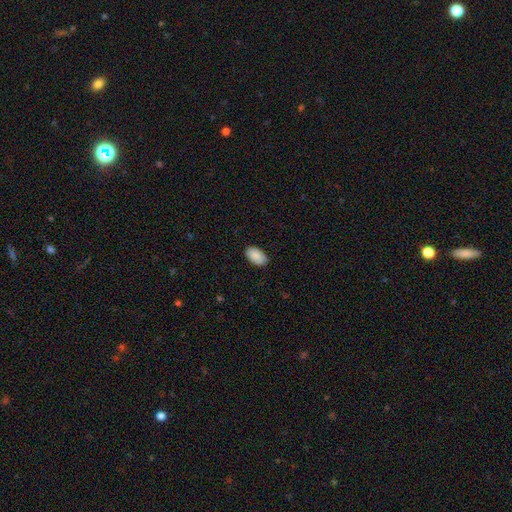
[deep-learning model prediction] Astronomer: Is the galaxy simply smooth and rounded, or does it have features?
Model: smooth — 90%.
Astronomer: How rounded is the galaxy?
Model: in between — 95%.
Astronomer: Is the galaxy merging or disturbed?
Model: none — 88%.